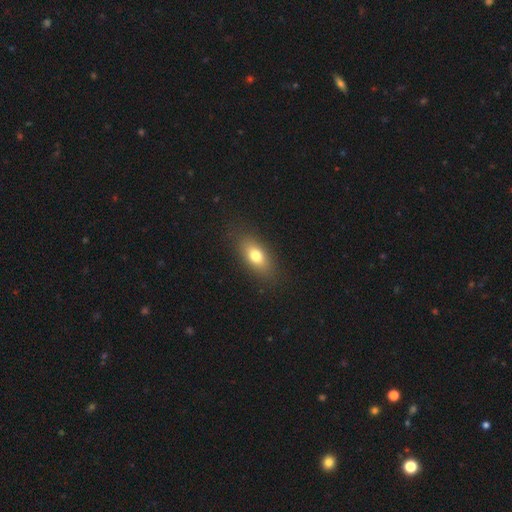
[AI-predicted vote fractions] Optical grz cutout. It shows a smooth galaxy with no disk features (75%) that is in between round and cigar-shaped (82%). Merging: none (86%).